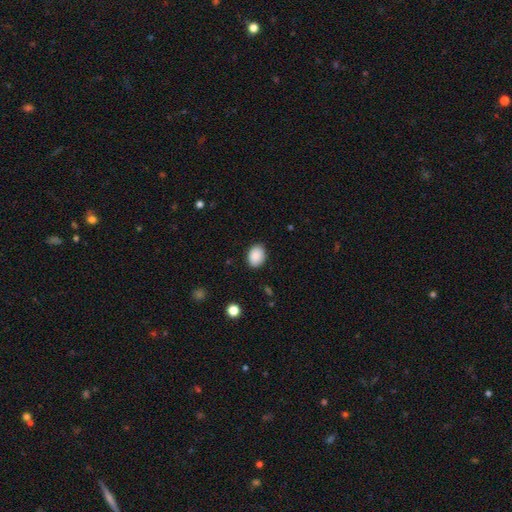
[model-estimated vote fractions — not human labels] The model was most divided on "how rounded": in between: 69%, round: 30%, cigar-shaped: 1%. More confident: smooth or featured — smooth (89%); merging — none (87%).